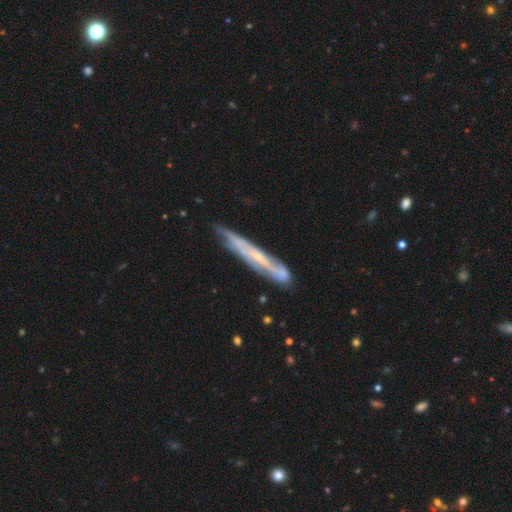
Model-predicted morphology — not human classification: Q: Smooth or featured?
A: featured or disk (71%); runner-up: smooth (23%)
Q: Edge-on disk?
A: yes (70%); runner-up: no (30%)
Q: Merging?
A: none (71%); runner-up: minor disturbance (21%)